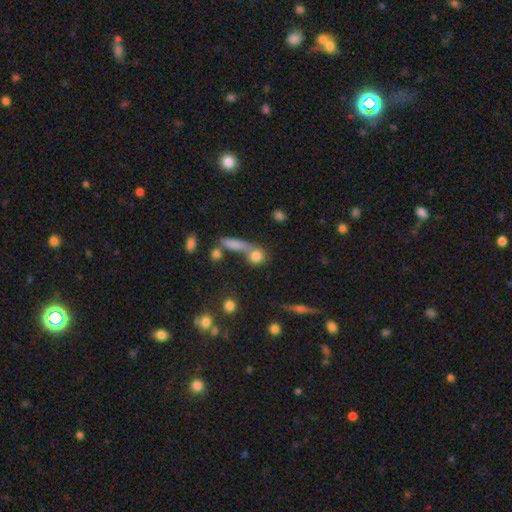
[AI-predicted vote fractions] smooth 75%, star or artifact 13%, featured or disk 12%. Down the decision tree: how rounded — round (66%); merging — none (45%).